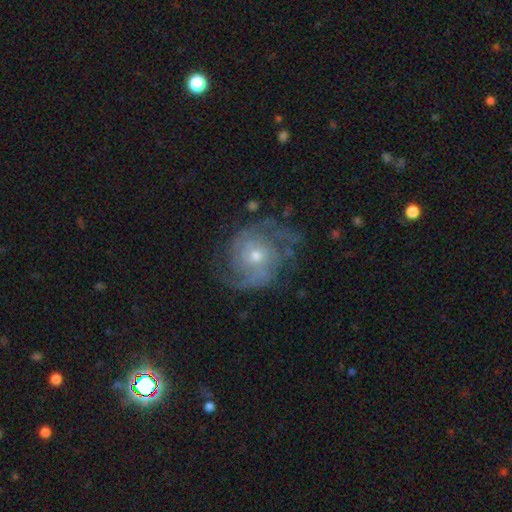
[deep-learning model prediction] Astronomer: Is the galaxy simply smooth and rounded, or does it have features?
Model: featured or disk — 84%.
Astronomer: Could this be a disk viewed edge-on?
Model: no — 97%.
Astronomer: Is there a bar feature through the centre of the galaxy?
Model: no — 75%.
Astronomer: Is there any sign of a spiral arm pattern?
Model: yes — 94%.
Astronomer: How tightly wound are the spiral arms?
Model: tight — 44% (runner-up: medium, 41%).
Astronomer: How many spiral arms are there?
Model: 2 — 49%.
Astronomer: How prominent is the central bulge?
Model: small — 51% (runner-up: moderate, 45%).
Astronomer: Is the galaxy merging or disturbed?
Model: none — 66%.